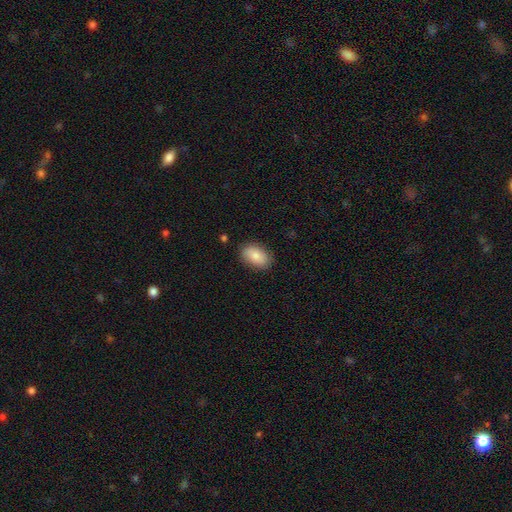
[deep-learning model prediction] A smooth galaxy with no disk features (83%) that is in between round and cigar-shaped (89%). Merging: none (85%).